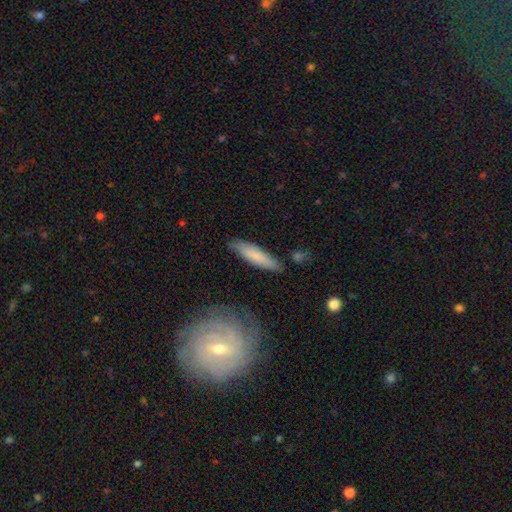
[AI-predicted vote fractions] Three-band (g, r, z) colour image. It shows a smooth galaxy with no disk features (71%) that is cigar-shaped (75%). Merging: none (78%).